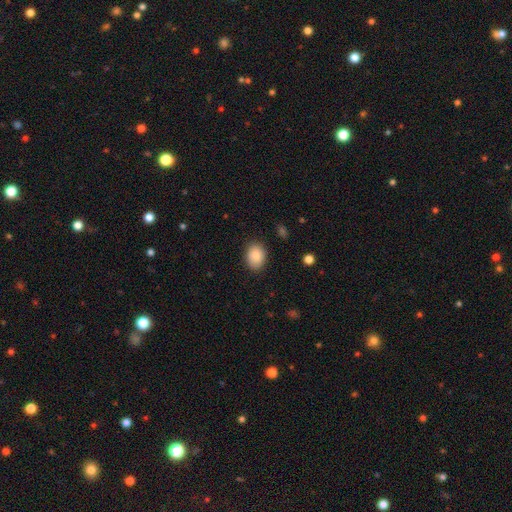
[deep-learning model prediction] Morphology: type=smooth (87%); roundness=in between (71%); merging=none (85%).